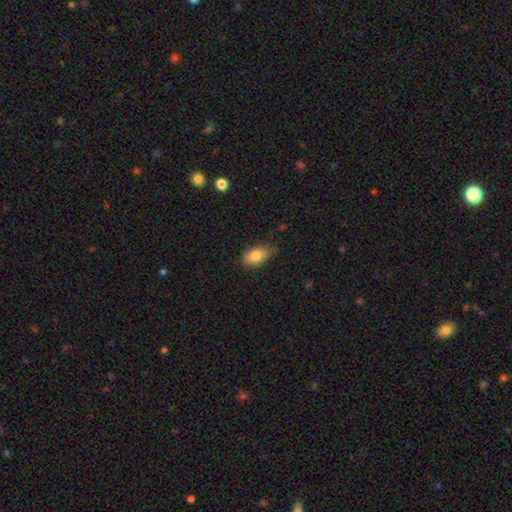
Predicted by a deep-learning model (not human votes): Morphology: type=smooth (82%); roundness=in between (89%); merging=none (65%).